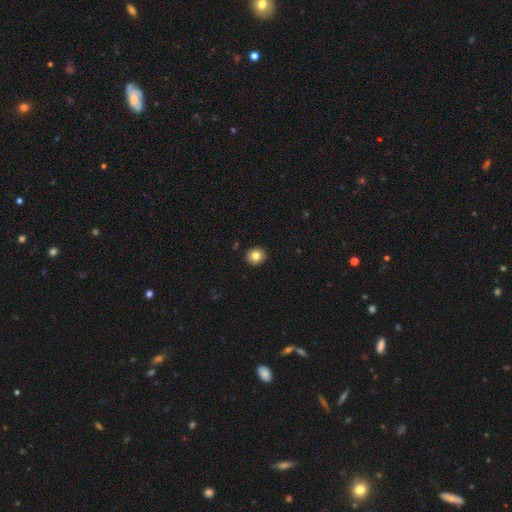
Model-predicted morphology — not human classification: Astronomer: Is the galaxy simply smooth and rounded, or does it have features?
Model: smooth — 81%.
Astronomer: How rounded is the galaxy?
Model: round — 86%.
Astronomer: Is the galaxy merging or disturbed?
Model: none — 91%.